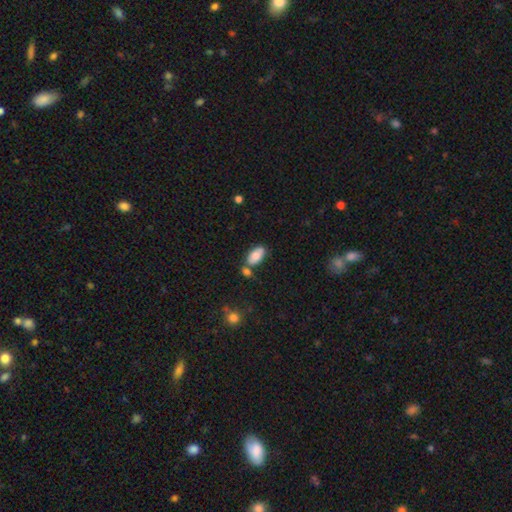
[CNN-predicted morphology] Smooth or featured?
  - smooth: 78% *
  - featured or disk: 15%
  - star or artifact: 7%
How rounded?
  - in between: 93% *
  - cigar-shaped: 4%
  - round: 3%
Merging?
  - none: 60% *
  - merger: 21%
  - minor disturbance: 15%
  - major disturbance: 4%